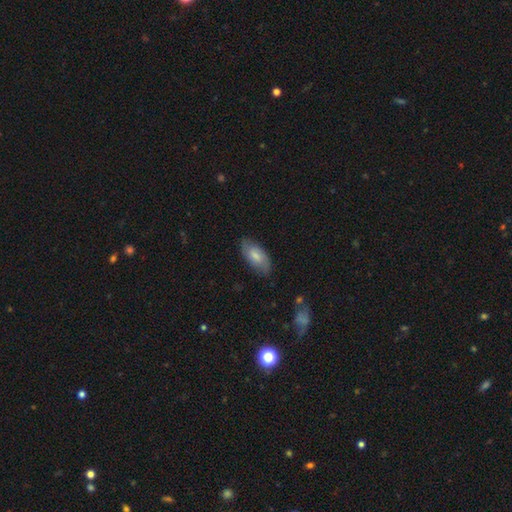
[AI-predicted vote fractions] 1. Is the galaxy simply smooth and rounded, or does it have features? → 71% smooth, 23% featured or disk, 6% star or artifact.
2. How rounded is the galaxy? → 91% in between, 7% cigar-shaped, 2% round.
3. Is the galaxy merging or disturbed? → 77% none, 18% minor disturbance, 3% major disturbance, 1% merger.